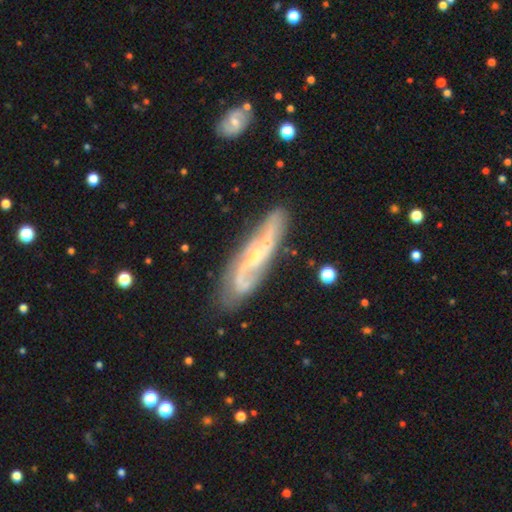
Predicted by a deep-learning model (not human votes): smooth-or-featured: featured or disk: 76% | smooth: 16% | star or artifact: 8%
  disk-edge-on: no: 74% | yes: 26%
    bar: no: 56% | weak: 32% | strong: 11%
    has-spiral-arms: yes: 84% | no: 16%
    bulge-size: small: 66% | moderate: 25% | none: 6% | large: 2% | dominant: 1%
  merging: none: 67% | minor disturbance: 18% | major disturbance: 8% | merger: 7%